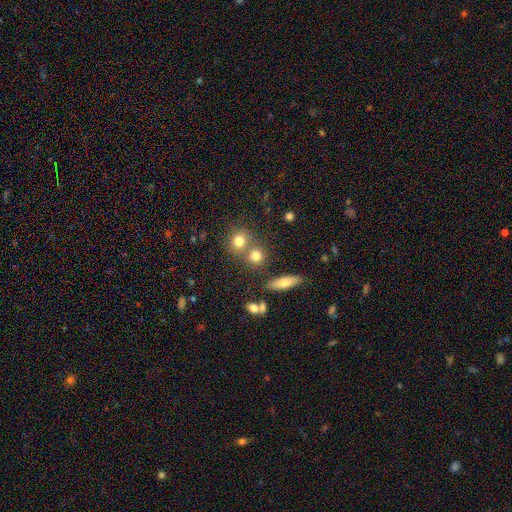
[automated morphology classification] Smooth or featured: smooth — 76% (star or artifact — 13%)
How rounded: round — 78% (in between — 18%)
Merging: none — 54% (merger — 33%)